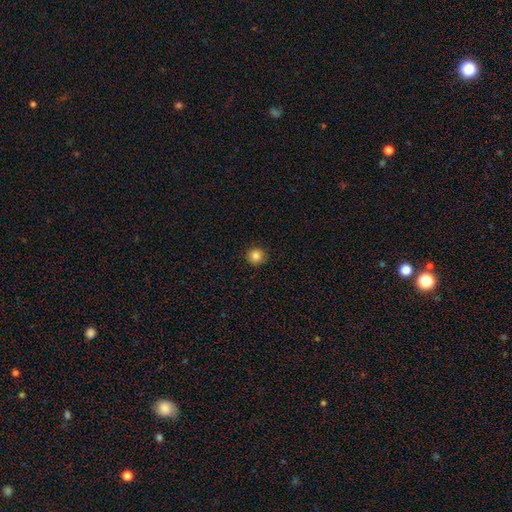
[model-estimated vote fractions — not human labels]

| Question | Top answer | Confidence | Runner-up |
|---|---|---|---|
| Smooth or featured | smooth | 85% | star or artifact (11%) |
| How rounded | round | 93% | in between (6%) |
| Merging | none | 92% | minor disturbance (6%) |